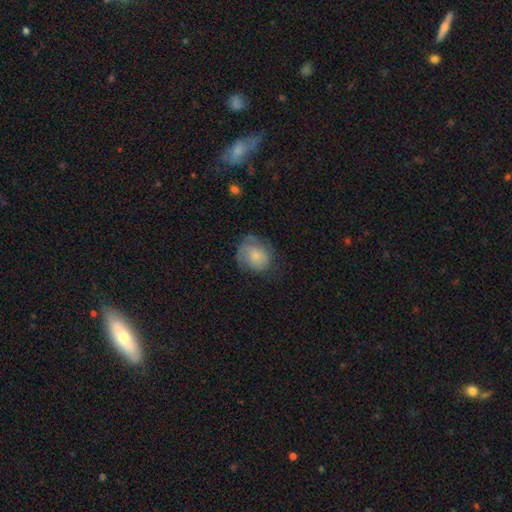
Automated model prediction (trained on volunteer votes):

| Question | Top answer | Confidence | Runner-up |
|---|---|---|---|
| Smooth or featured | smooth | 67% | featured or disk (25%) |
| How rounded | round | 67% | in between (32%) |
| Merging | none | 54% | minor disturbance (29%) |